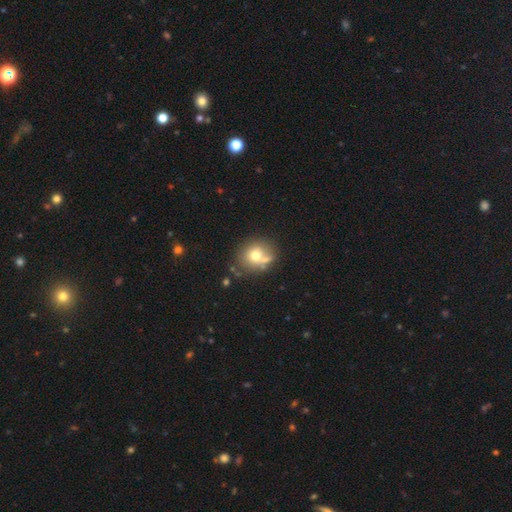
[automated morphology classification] This appears to be a smooth galaxy with no disk features (69%) that is round (77%). Merging: none (56%).